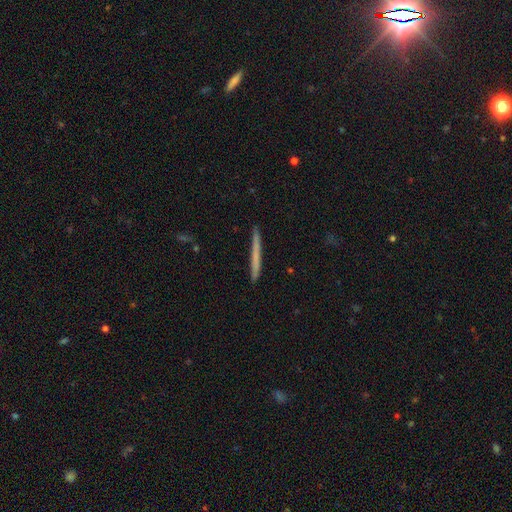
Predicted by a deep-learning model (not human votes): Q: Smooth or featured?
A: smooth (60%); runner-up: featured or disk (34%)
Q: How rounded?
A: cigar-shaped (97%); runner-up: in between (2%)
Q: Merging?
A: none (91%); runner-up: minor disturbance (7%)